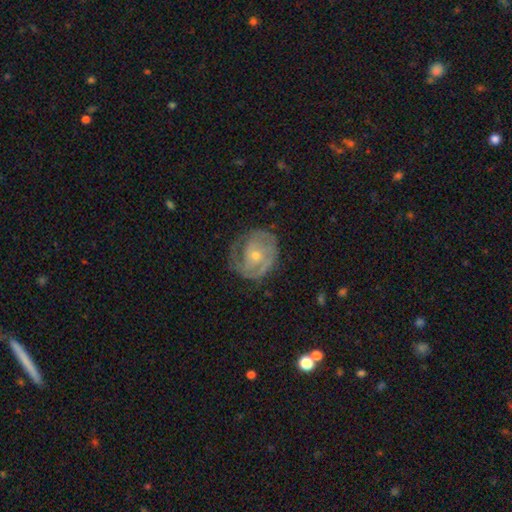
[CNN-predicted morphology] This appears to be a featured or disk galaxy (80%) with no bar (71%), 2 (43%) tight (60%) spiral arms (91%) and a small central bulge (59%). Merging: none (66%).